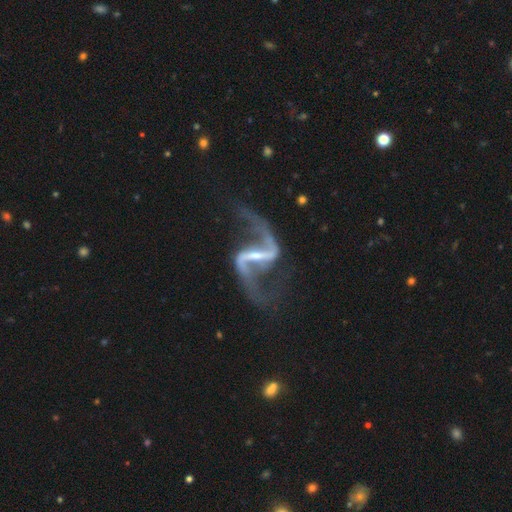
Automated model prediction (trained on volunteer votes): Morphology: type=featured or disk (93%); edge-on=no (97%); bar=strong (73%); spiral arms=yes (97%); winding=loose (79%); arm count=2 (94%); bulge=small (63%); merging=none (70%).